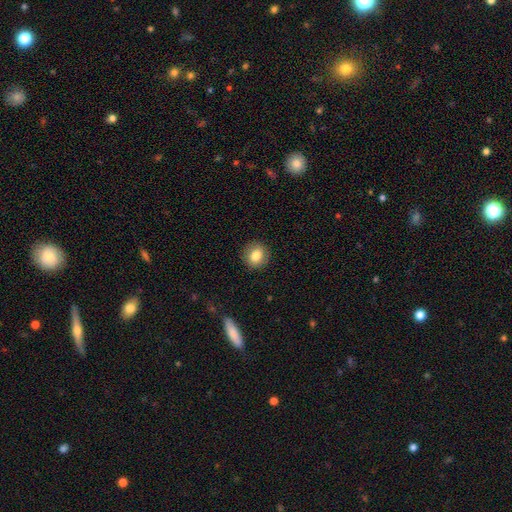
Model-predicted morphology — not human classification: Overall: smooth (82%). How rounded: round (81%). Merging: none (89%).